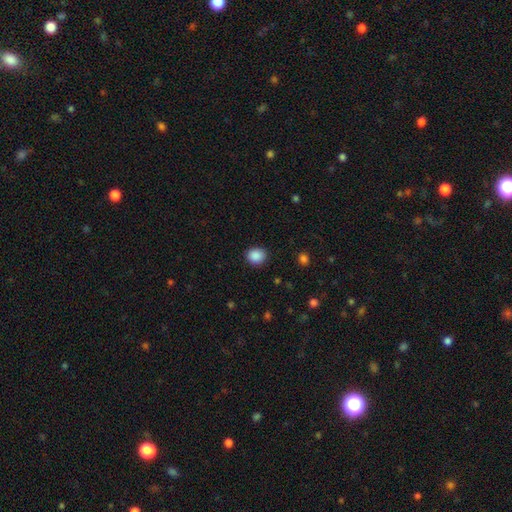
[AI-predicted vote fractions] smooth_or_featured: smooth (p=0.88) [alt: star or artifact p=0.09]
how_rounded: round (p=0.80) [alt: in between p=0.19]
merging: none (p=0.89) [alt: minor disturbance p=0.08]